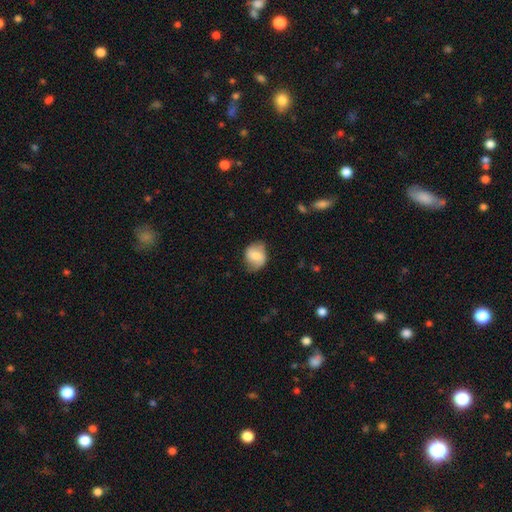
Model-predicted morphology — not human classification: This appears to be a smooth galaxy with no disk features (67%) that is round (55%). Merging: none (64%).